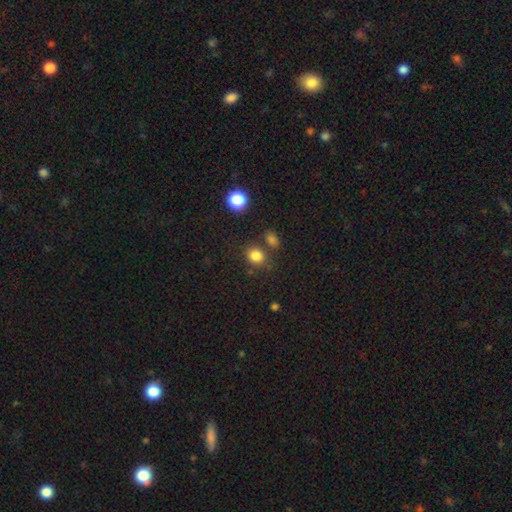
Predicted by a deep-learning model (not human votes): The model was most divided on "how rounded": round: 72%, in between: 27%, cigar-shaped: 1%. More confident: smooth or featured — smooth (82%); merging — none (73%).